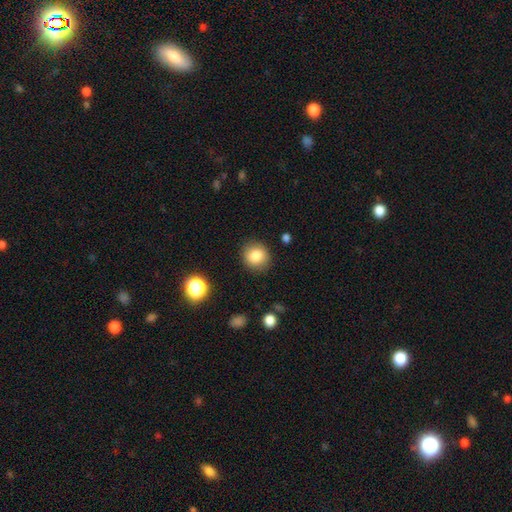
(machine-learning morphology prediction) Smooth or featured? smooth (84%)
How rounded? round (86%)
Merging? none (87%)